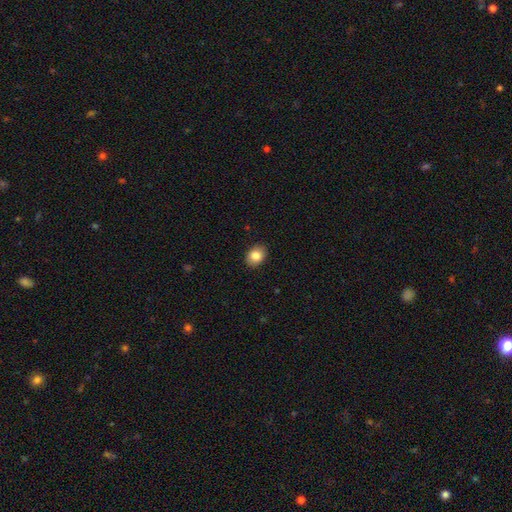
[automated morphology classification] Smooth or featured? Predicted: smooth (p=0.84). How rounded? Predicted: in between (p=0.63). Merging? Predicted: none (p=0.89).